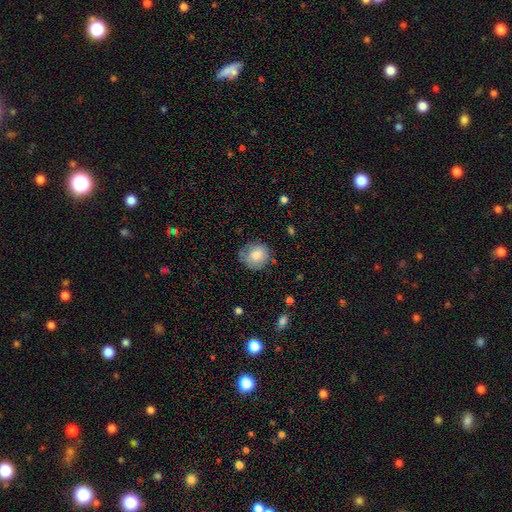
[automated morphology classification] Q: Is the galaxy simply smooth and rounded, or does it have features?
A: smooth — 80%.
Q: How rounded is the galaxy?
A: round — 83%.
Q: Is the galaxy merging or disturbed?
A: none — 73%.